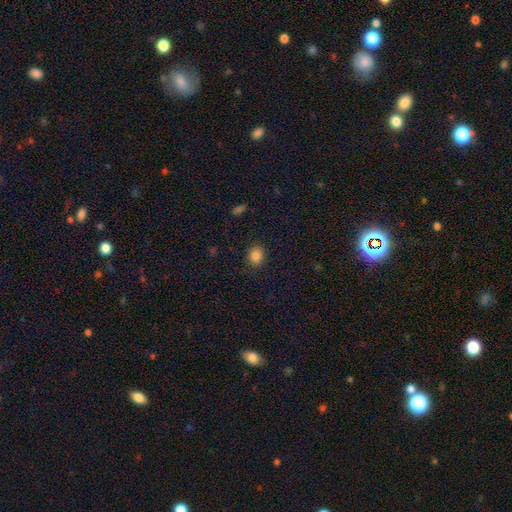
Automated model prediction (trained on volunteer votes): smooth 85%, star or artifact 11%, featured or disk 4%. Down the decision tree: how rounded — round (53%); merging — none (87%).